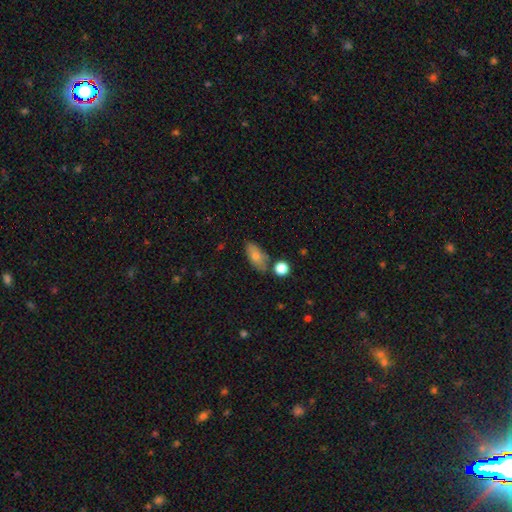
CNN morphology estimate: Smooth or featured?
  - smooth: 70% *
  - featured or disk: 21%
  - star or artifact: 9%
How rounded?
  - in between: 86% *
  - cigar-shaped: 8%
  - round: 6%
Merging?
  - none: 71% *
  - minor disturbance: 16%
  - merger: 9%
  - major disturbance: 4%